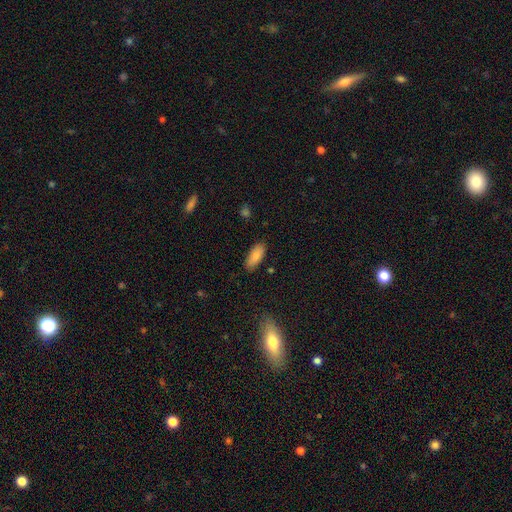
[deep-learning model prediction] Overall: smooth (83%). How rounded: in between (83%). Merging: none (84%).